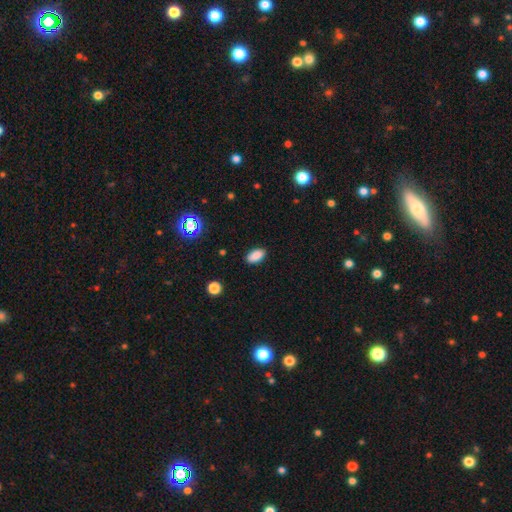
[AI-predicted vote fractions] Overall: smooth (87%). How rounded: in between (92%). Merging: none (88%).